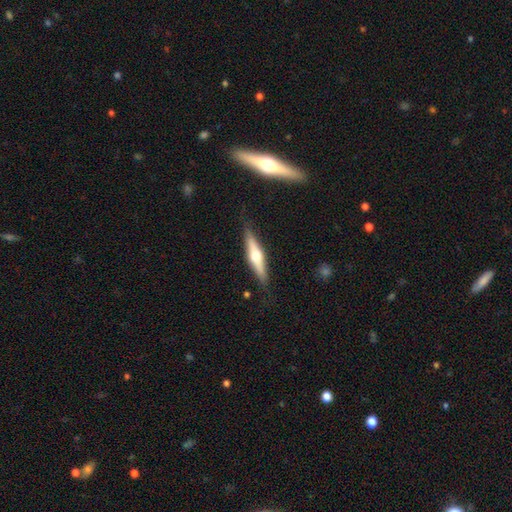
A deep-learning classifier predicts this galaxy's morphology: Q: Smooth or featured?
A: featured or disk (58%); runner-up: smooth (36%)
Q: Edge-on disk?
A: yes (95%); runner-up: no (5%)
Q: Edge-on bulge?
A: rounded (93%); runner-up: boxy (4%)
Q: Merging?
A: none (85%); runner-up: minor disturbance (11%)